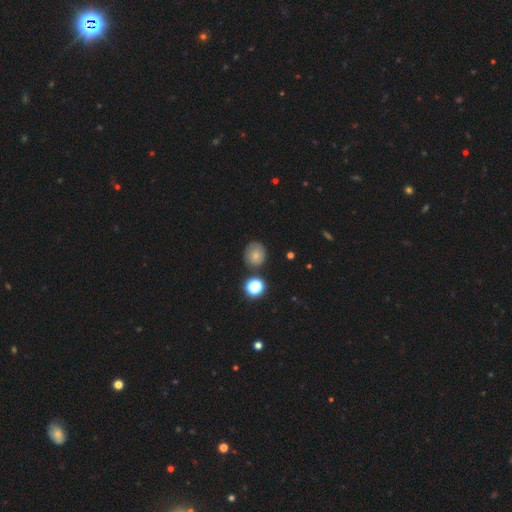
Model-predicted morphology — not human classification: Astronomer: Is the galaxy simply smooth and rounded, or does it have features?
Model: smooth — 69%.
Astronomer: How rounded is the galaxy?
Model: round — 83%.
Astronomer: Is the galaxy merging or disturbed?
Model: none — 77%.